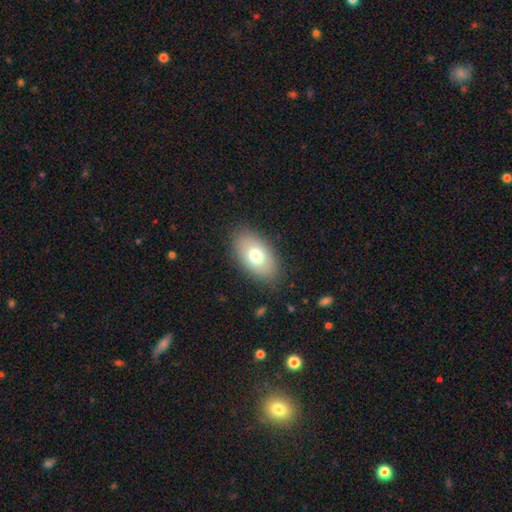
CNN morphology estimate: Smooth or featured?
  - smooth: 71% *
  - featured or disk: 21%
  - star or artifact: 8%
How rounded?
  - in between: 92% *
  - round: 7%
  - cigar-shaped: 2%
Merging?
  - none: 83% *
  - minor disturbance: 12%
  - major disturbance: 4%
  - merger: 1%